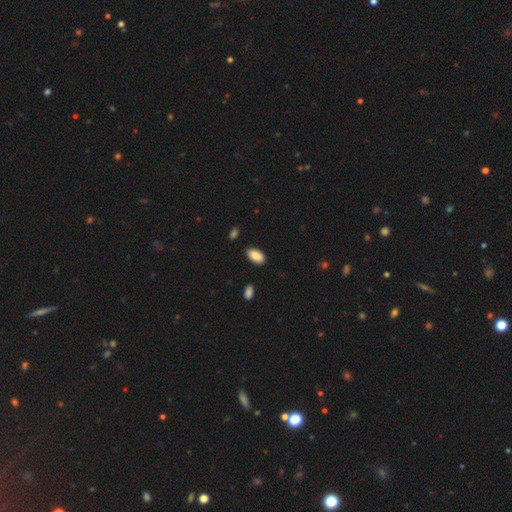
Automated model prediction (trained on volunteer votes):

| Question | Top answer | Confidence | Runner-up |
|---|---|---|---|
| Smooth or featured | smooth | 88% | star or artifact (7%) |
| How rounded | in between | 94% | round (3%) |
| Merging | none | 86% | minor disturbance (10%) |